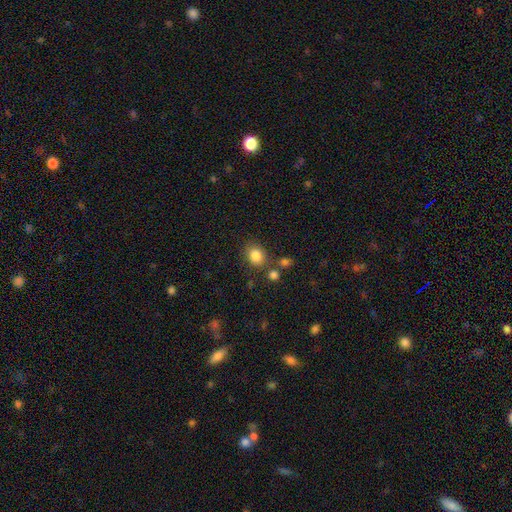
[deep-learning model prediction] Smooth or featured? Predicted: smooth (p=0.85). How rounded? Predicted: round (p=0.56). Merging? Predicted: none (p=0.73).